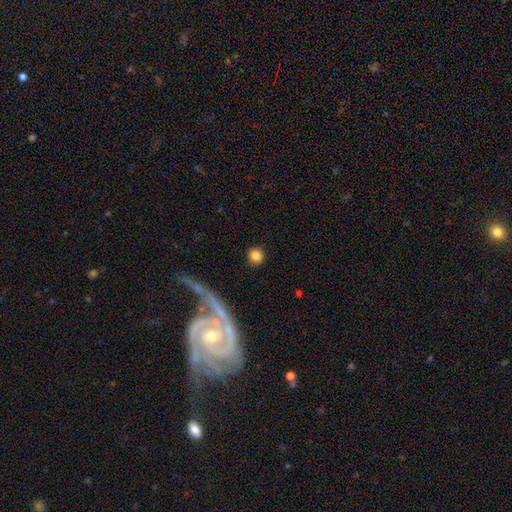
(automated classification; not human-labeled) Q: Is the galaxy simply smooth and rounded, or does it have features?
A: smooth — 82%.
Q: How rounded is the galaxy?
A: round — 93%.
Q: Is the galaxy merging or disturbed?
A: none — 91%.